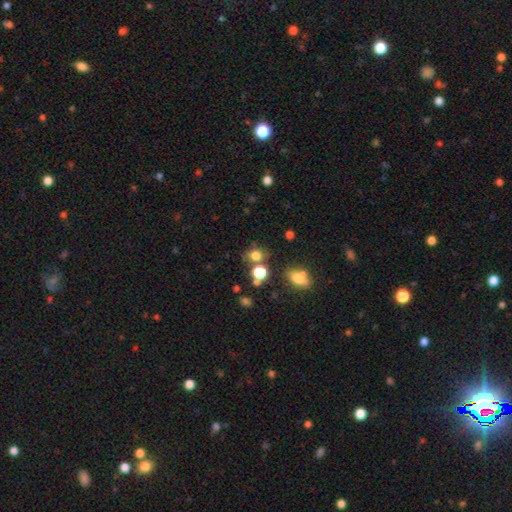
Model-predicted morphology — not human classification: Smooth or featured? Predicted: smooth (p=0.72). How rounded? Predicted: round (p=0.69). Merging? Predicted: none (p=0.64).